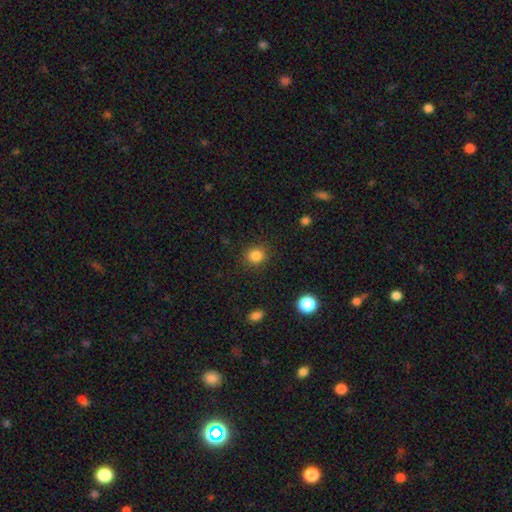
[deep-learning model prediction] This is clearly a smooth galaxy (84%). How rounded: clearly round (86%). Merging: clearly none (89%).